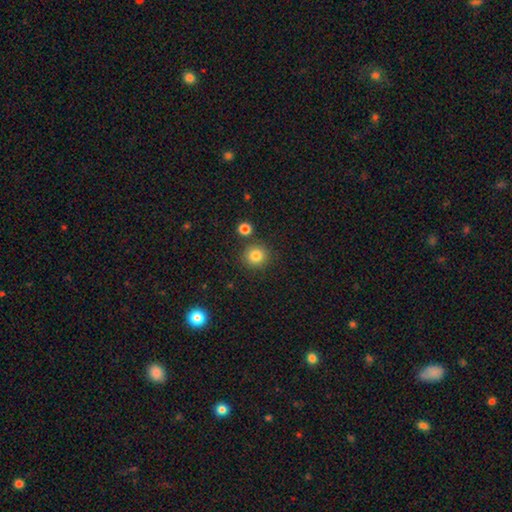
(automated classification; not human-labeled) Smooth or featured? Predicted: smooth (p=0.84). How rounded? Predicted: round (p=0.92). Merging? Predicted: none (p=0.85).